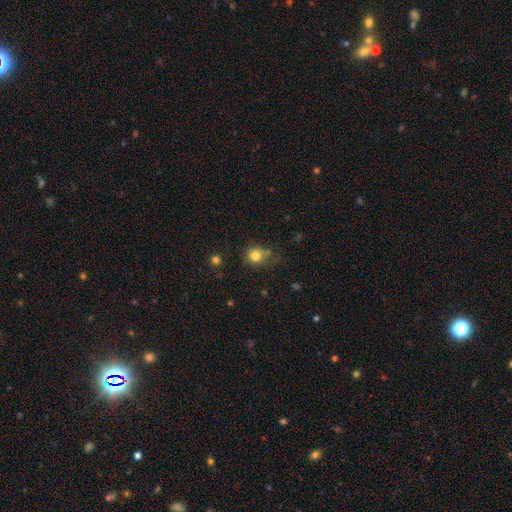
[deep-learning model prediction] A smooth galaxy with no disk features (80%) that is round (84%). Merging: none (62%).